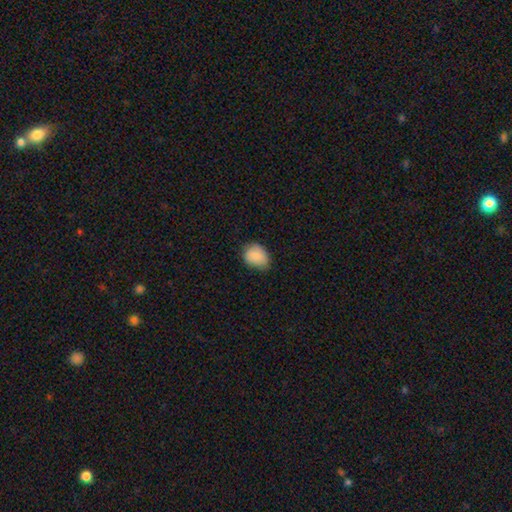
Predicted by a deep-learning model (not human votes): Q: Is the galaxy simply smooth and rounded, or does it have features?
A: smooth — 87%.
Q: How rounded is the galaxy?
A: in between — 60%.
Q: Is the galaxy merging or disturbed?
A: none — 71%.